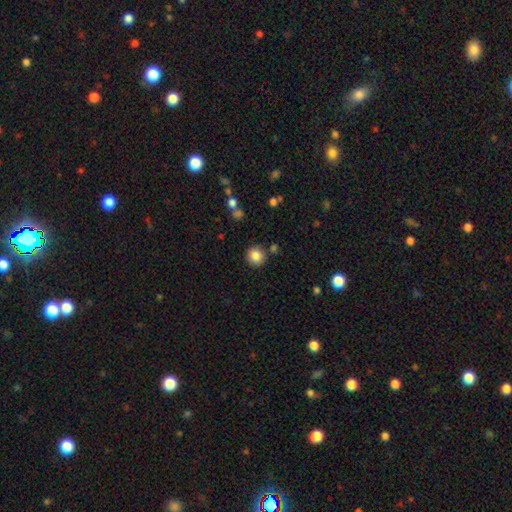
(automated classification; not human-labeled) Overall: smooth (85%). How rounded: round (93%). Merging: none (85%).